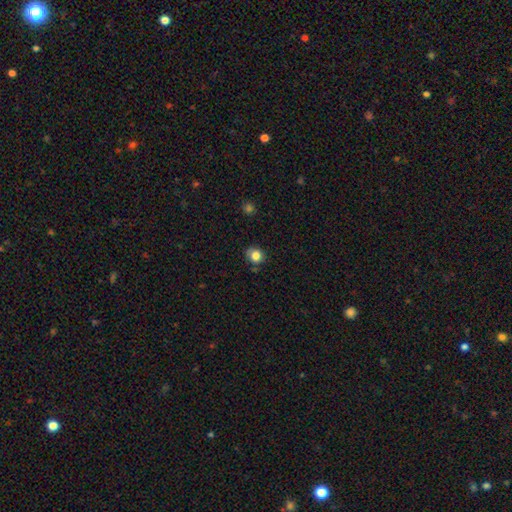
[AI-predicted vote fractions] smooth 80%, star or artifact 12%, featured or disk 9%. Down the decision tree: how rounded — round (84%); merging — none (77%).